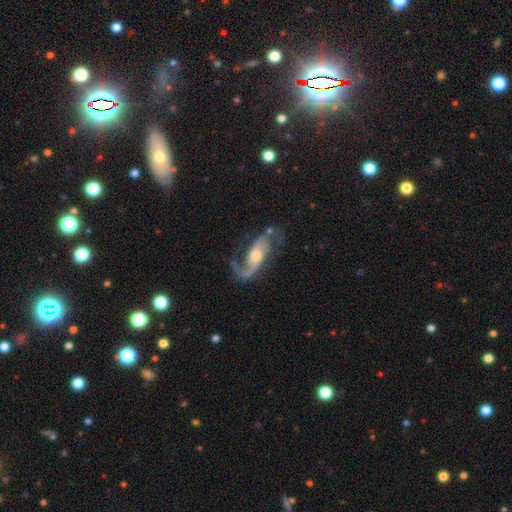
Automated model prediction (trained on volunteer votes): A featured or disk galaxy (89%) with no bar (43%), 2 (90%) loose (52%) spiral arms (97%) and a moderate central bulge (59%). Merging: none (67%).